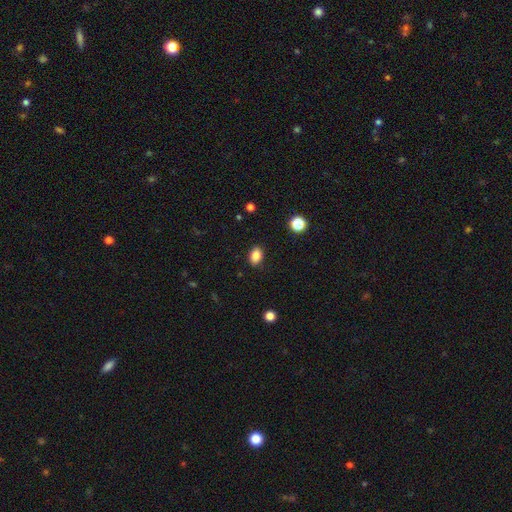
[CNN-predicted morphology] Smooth or featured: smooth — 85% (star or artifact — 10%)
How rounded: in between — 79% (round — 20%)
Merging: none — 88% (minor disturbance — 8%)